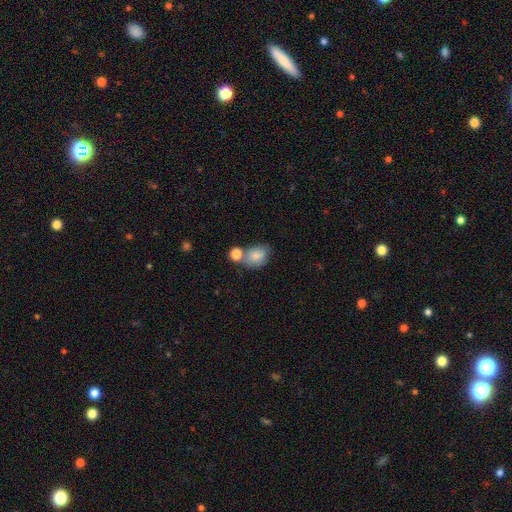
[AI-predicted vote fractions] Smooth or featured: smooth — 80% (featured or disk — 11%)
How rounded: in between — 67% (round — 32%)
Merging: none — 45% (merger — 31%)